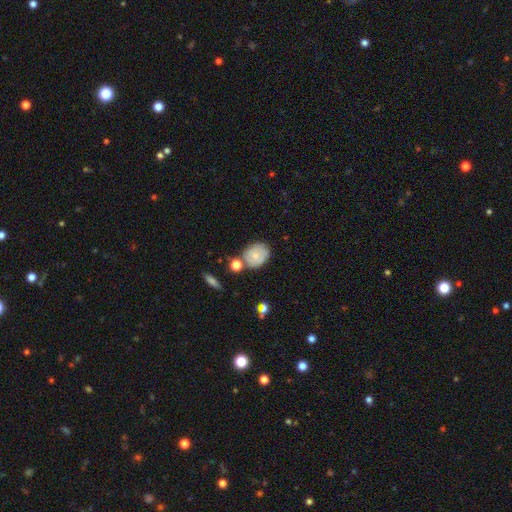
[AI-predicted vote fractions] A smooth galaxy with no disk features (67%) that is in between round and cigar-shaped (57%). Merging: none (60%).